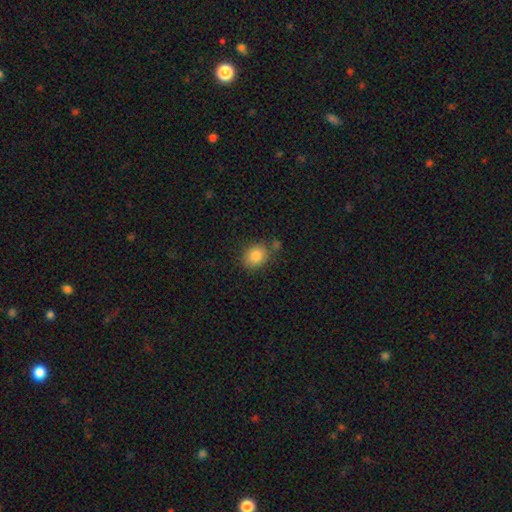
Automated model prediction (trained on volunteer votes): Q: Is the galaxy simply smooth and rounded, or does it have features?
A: smooth — 85%.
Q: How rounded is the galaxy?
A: round — 60%.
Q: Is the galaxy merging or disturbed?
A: none — 74%.